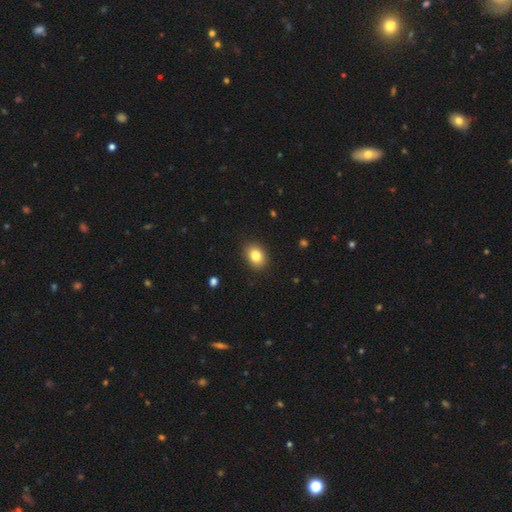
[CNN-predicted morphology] Smooth or featured? Predicted: smooth (p=0.84). How rounded? Predicted: in between (p=0.61). Merging? Predicted: none (p=0.89).